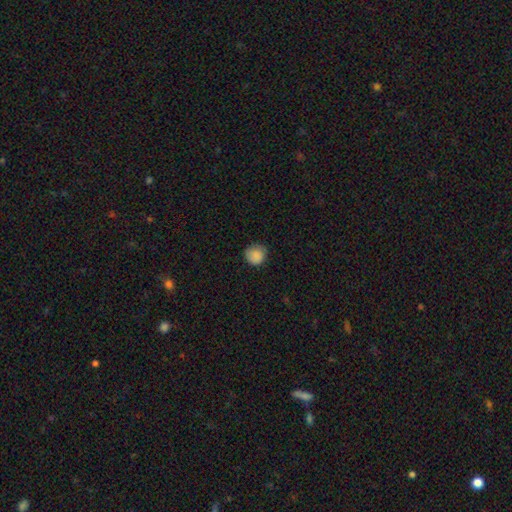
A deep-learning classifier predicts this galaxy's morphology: Overall: smooth (86%). How rounded: round (88%). Merging: none (73%).